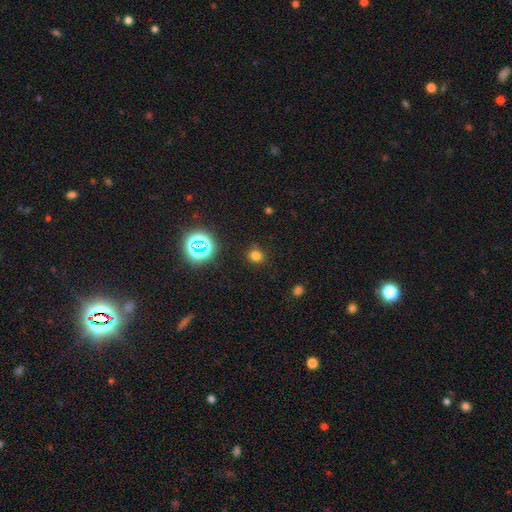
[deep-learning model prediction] smooth_or_featured: smooth (p=0.72) [alt: star or artifact p=0.23]
how_rounded: round (p=0.83) [alt: in between p=0.16]
merging: none (p=0.85) [alt: minor disturbance p=0.10]